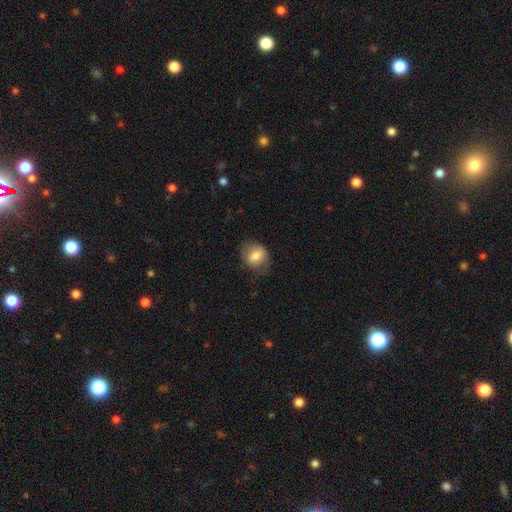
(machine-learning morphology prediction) smooth-or-featured: smooth: 75% | featured or disk: 17% | star or artifact: 8%
  how-rounded: round: 54% | in between: 45% | cigar-shaped: 1%
  merging: none: 70% | minor disturbance: 21% | major disturbance: 8% | merger: 1%